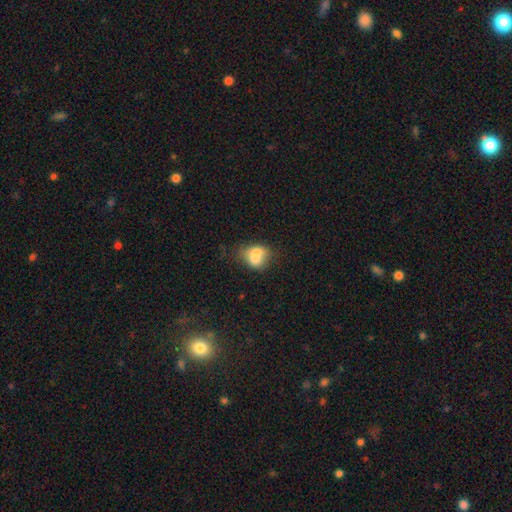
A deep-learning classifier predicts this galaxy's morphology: Q: Smooth or featured?
A: smooth (68%); runner-up: featured or disk (22%)
Q: How rounded?
A: in between (50%); runner-up: round (48%)
Q: Merging?
A: merger (54%); runner-up: none (27%)